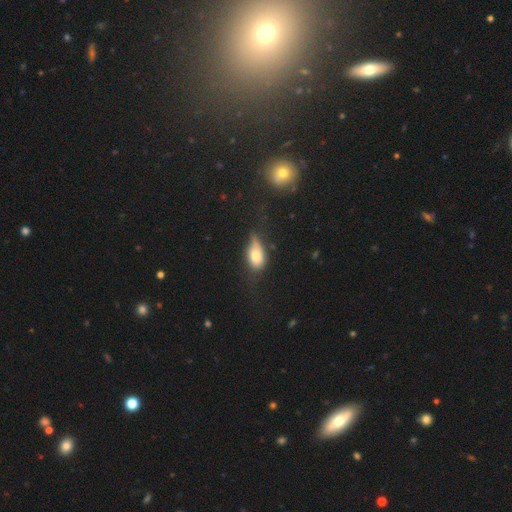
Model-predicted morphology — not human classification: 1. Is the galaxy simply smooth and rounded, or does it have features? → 72% smooth, 19% featured or disk, 9% star or artifact.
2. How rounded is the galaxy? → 85% in between, 9% round, 6% cigar-shaped.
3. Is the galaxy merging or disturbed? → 40% none (tied), 40% minor disturbance (tied), 17% major disturbance, 4% merger.